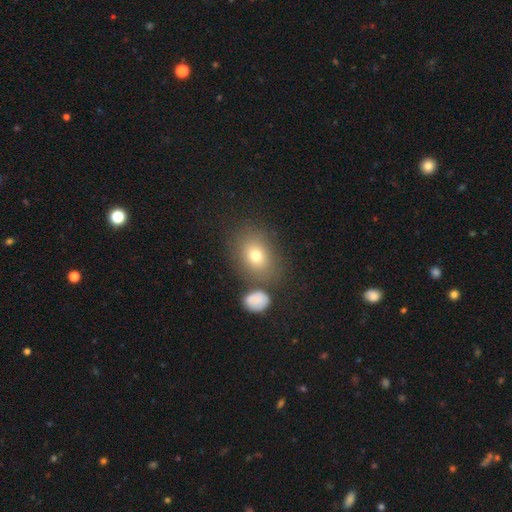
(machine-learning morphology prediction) Smooth or featured? Predicted: smooth (p=0.73). How rounded? Predicted: in between (p=0.59). Merging? Predicted: none (p=0.69).